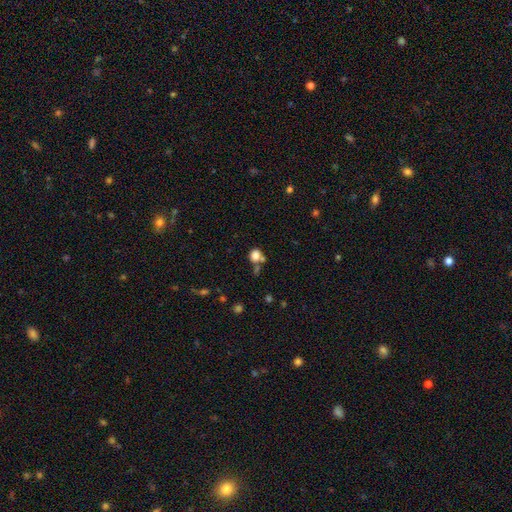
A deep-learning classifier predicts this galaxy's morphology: A smooth galaxy with no disk features (80%) that is round (80%). Merging: none (51%).